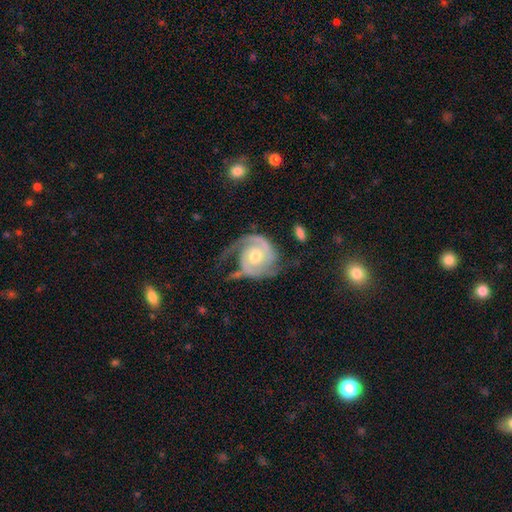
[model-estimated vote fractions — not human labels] Smooth or featured? Predicted: featured or disk (p=0.90). Edge-on disk? Predicted: no (p=0.98). Bar? Predicted: no (p=0.63). Spiral arms? Predicted: yes (p=0.97). Spiral winding? Predicted: tight (p=0.44). Spiral arm count? Predicted: 2 (p=0.79). Bulge size? Predicted: moderate (p=0.70). Merging? Predicted: none (p=0.54).